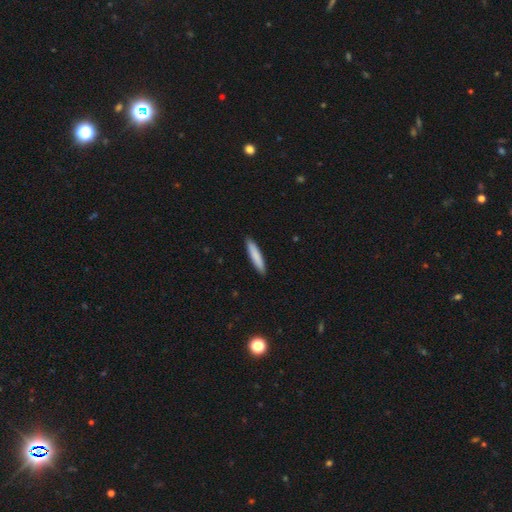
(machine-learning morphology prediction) smooth-or-featured: smooth: 84% | featured or disk: 10% | star or artifact: 5%
  how-rounded: cigar-shaped: 88% | in between: 11% | round: 1%
  merging: none: 91% | minor disturbance: 7% | major disturbance: 1% | merger: 1%